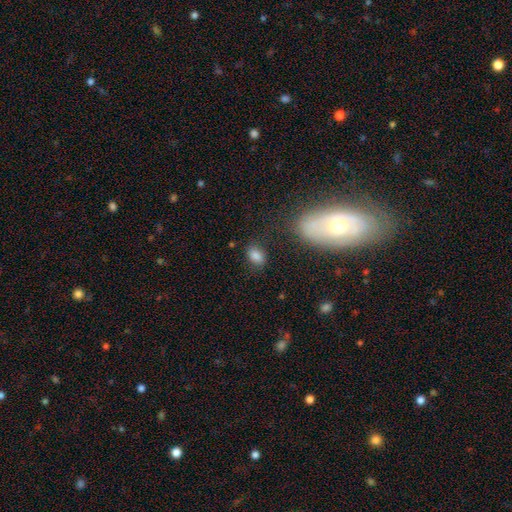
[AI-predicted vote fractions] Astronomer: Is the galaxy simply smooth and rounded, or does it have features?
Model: smooth — 82%.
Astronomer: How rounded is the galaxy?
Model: in between — 78%.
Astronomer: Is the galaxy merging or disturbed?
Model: none — 78%.